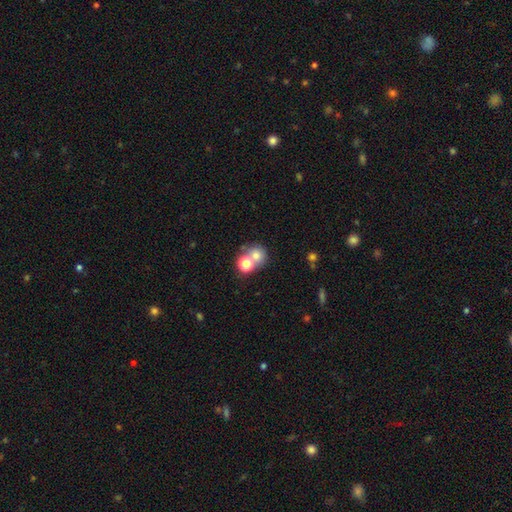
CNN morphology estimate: smooth-or-featured: smooth: 71% | star or artifact: 16% | featured or disk: 13%
  how-rounded: round: 81% | in between: 18% | cigar-shaped: 1%
  merging: none: 44% (tied) | merger: 44% (tied) | minor disturbance: 7% | major disturbance: 4%